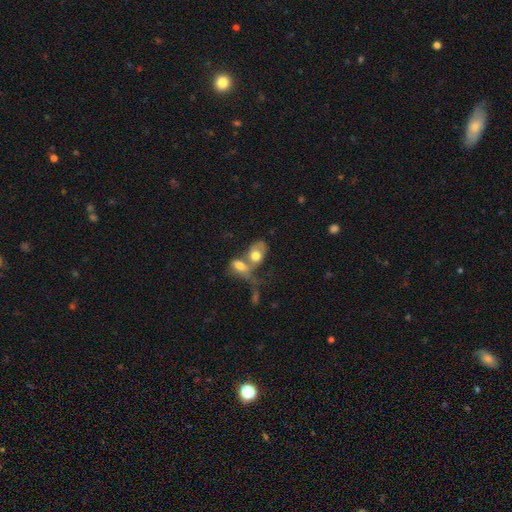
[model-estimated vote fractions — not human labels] Q: Smooth or featured?
A: smooth (61%); runner-up: featured or disk (31%)
Q: How rounded?
A: in between (81%); runner-up: round (17%)
Q: Merging?
A: merger (71%); runner-up: none (13%)